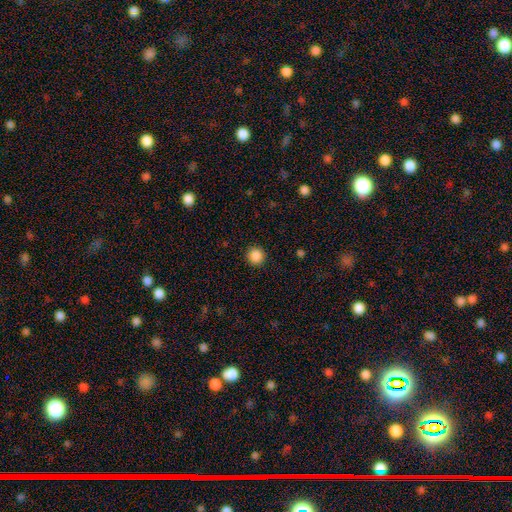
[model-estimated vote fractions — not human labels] smooth-or-featured: smooth: 87% | star or artifact: 10% | featured or disk: 3%
  how-rounded: round: 93% | in between: 6% | cigar-shaped: 1%
  merging: none: 92% | minor disturbance: 5% | major disturbance: 2% | merger: 1%